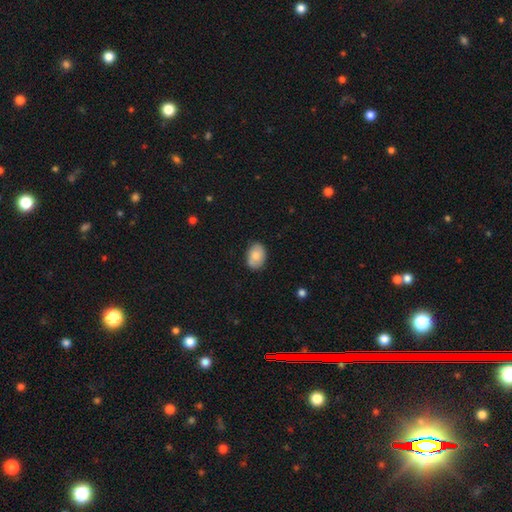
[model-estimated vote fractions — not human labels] Overall: smooth (78%). How rounded: in between (80%). Merging: none (81%).